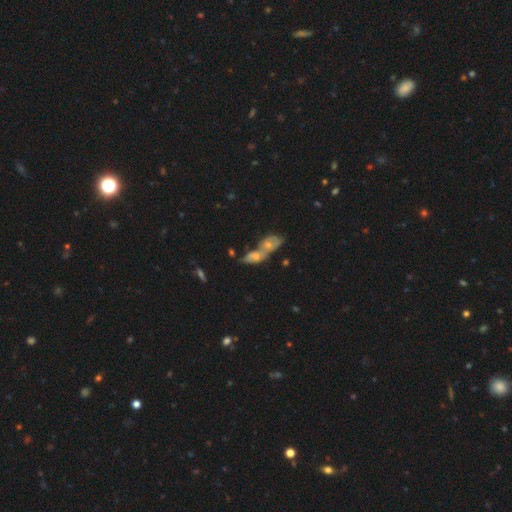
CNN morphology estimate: This is marginally a featured or disk galaxy (43%). Merging: likely merger (66%).